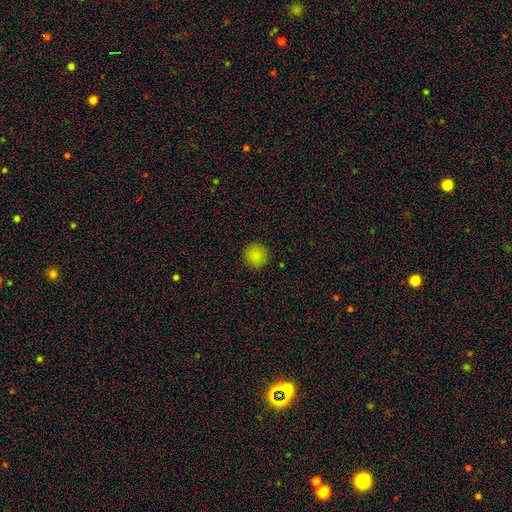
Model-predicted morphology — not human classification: This is clearly a smooth galaxy (86%). How rounded: clearly round (95%). Merging: clearly none (92%).